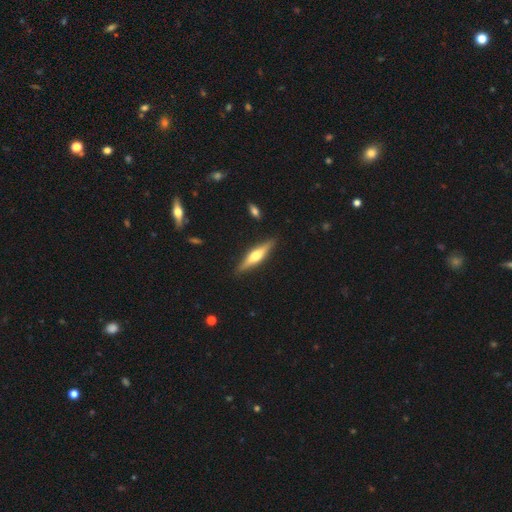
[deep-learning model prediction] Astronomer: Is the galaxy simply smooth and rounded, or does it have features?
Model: featured or disk — 59% (runner-up: smooth, 36%).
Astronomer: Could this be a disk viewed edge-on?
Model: yes — 95%.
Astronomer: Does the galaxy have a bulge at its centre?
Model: rounded — 91%.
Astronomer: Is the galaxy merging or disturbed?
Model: none — 89%.